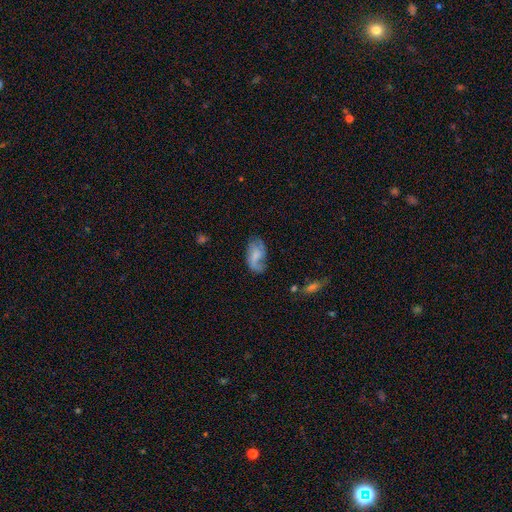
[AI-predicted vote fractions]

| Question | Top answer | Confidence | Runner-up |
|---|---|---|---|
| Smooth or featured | smooth | 49% | featured or disk (43%) |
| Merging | none | 49% | minor disturbance (29%) |